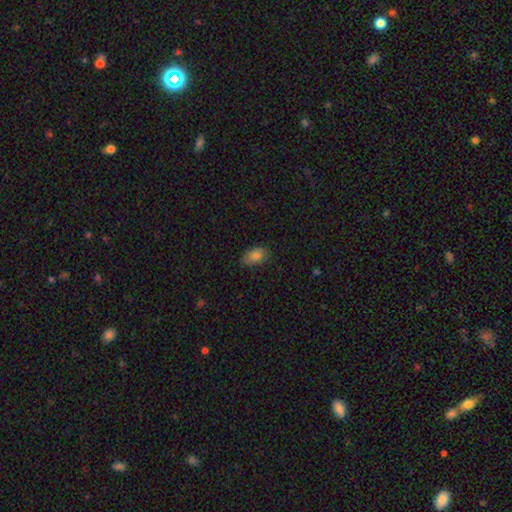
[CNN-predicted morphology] Smooth or featured: smooth — 82% (star or artifact — 10%)
How rounded: in between — 89% (round — 8%)
Merging: none — 76% (minor disturbance — 19%)